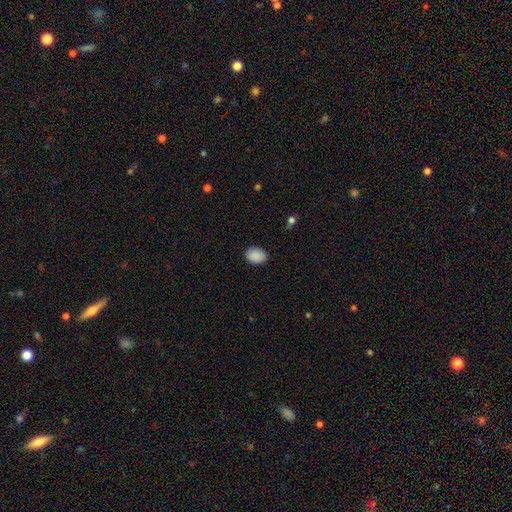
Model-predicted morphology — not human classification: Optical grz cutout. It shows a smooth galaxy with no disk features (90%) that is in between round and cigar-shaped (74%). Merging: none (87%).